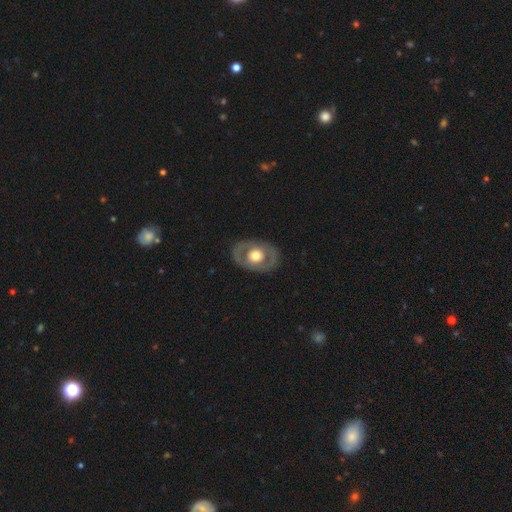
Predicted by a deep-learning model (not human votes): Smooth or featured? featured or disk (57%)
Edge-on disk? no (91%)
Bar? no (87%)
Spiral arms? no (82%)
Bulge size? moderate (51%)
Merging? none (83%)